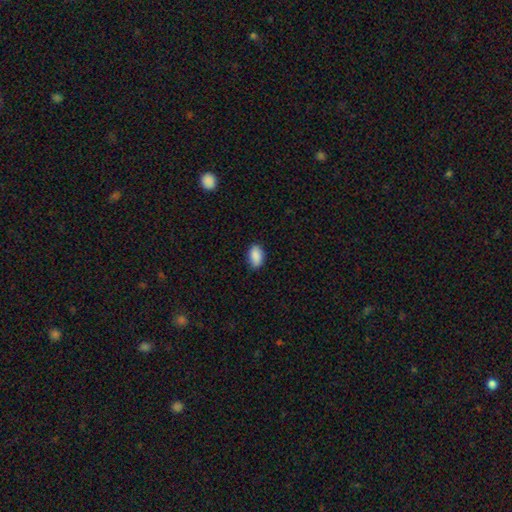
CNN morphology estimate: A smooth galaxy with no disk features (89%) that is in between round and cigar-shaped (92%). Merging: none (84%).